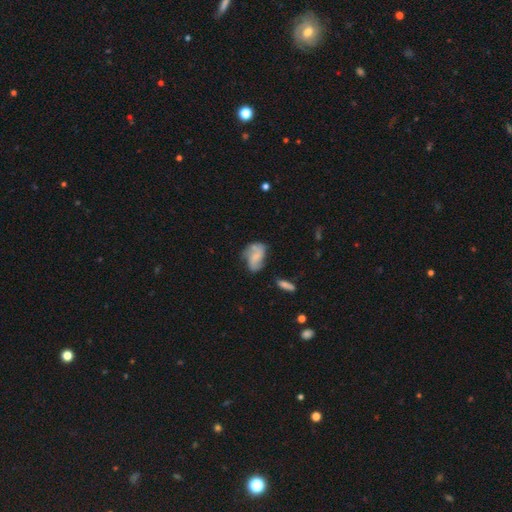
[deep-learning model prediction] This is possibly a featured or disk galaxy (54%). It is clearly not viewed edge-on (96%). Bar: possibly no (57%). Spiral arm pattern: clearly yes (85%). Central bulge: marginally none (44%). Merging: possibly none (53%).